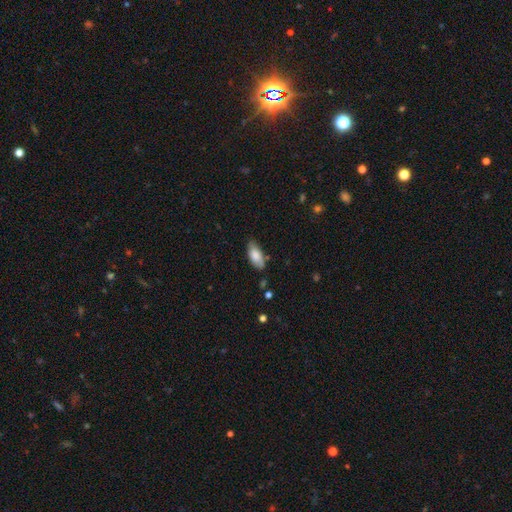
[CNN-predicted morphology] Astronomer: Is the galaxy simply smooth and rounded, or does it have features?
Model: smooth — 80%.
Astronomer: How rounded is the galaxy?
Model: in between — 88%.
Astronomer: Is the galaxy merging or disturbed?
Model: none — 73%.